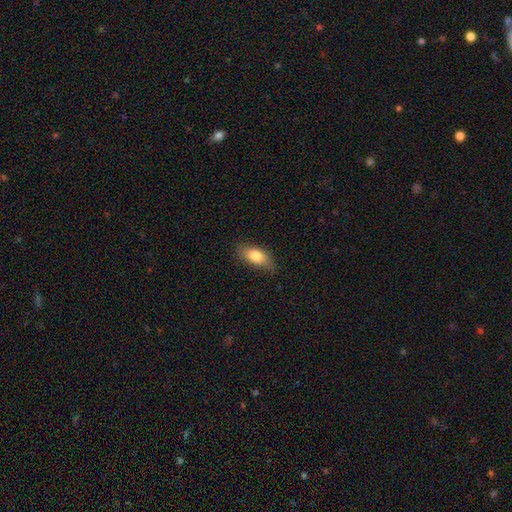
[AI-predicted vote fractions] Morphology: type=smooth (80%); roundness=in between (83%); merging=none (78%).